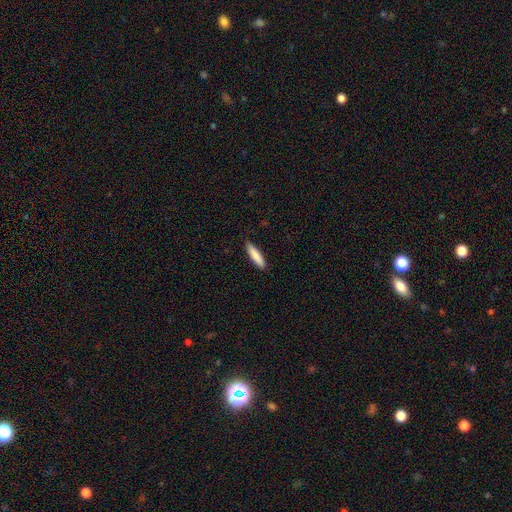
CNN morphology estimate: This is clearly a smooth galaxy (86%). How rounded: likely cigar-shaped (79%). Merging: clearly none (88%).